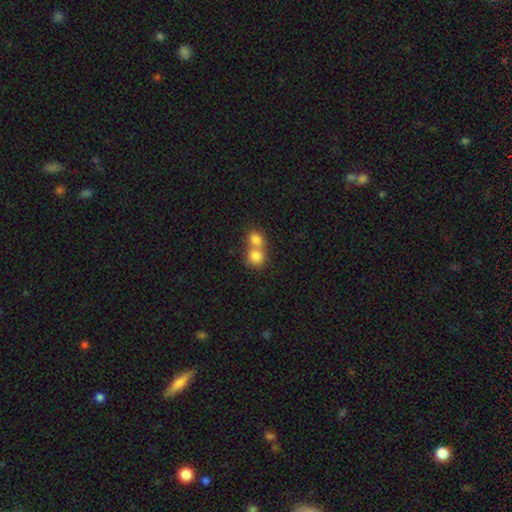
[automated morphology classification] Overall: smooth (80%). How rounded: round (79%). Merging: merger (63%; none 30%).